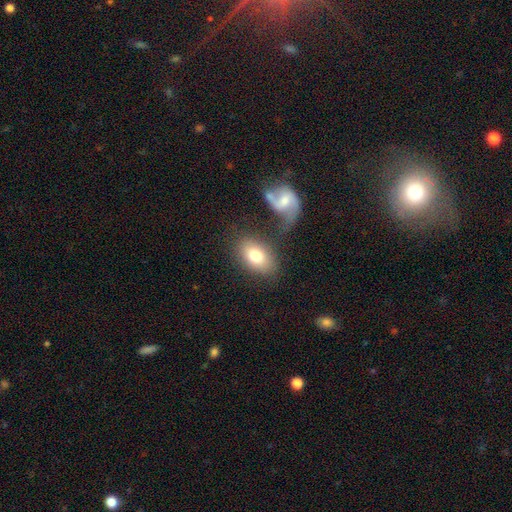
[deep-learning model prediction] smooth 76%, featured or disk 18%, star or artifact 7%. Down the decision tree: how rounded — in between (83%); merging — none (66%).